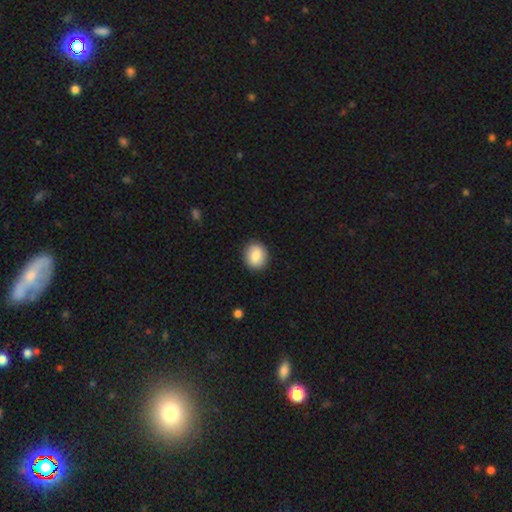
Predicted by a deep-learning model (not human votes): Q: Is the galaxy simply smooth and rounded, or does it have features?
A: smooth — 85%.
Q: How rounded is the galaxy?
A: round — 69%.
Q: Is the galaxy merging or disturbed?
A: none — 90%.